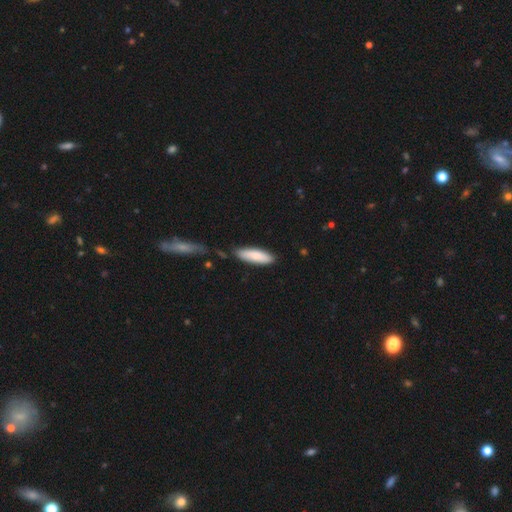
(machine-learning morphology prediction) smooth_or_featured: smooth (p=0.82) [alt: featured or disk p=0.13]
how_rounded: cigar-shaped (p=0.55) [alt: in between p=0.43]
merging: none (p=0.80) [alt: minor disturbance p=0.14]